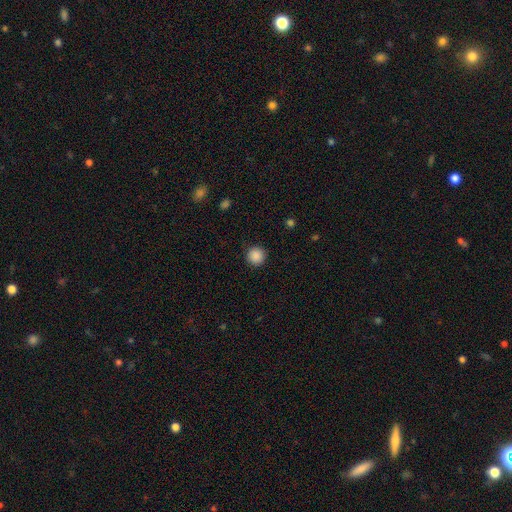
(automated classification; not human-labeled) smooth_or_featured: smooth (p=0.88) [alt: star or artifact p=0.09]
how_rounded: round (p=0.96) [alt: in between p=0.03]
merging: none (p=0.92) [alt: minor disturbance p=0.05]